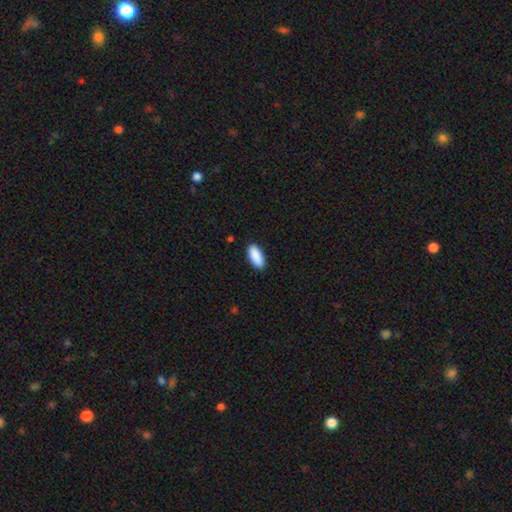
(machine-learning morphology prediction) Smooth or featured?
  - smooth: 91% *
  - star or artifact: 6%
  - featured or disk: 3%
How rounded?
  - in between: 87% *
  - cigar-shaped: 11%
  - round: 2%
Merging?
  - none: 88% *
  - minor disturbance: 9%
  - major disturbance: 2%
  - merger: 1%